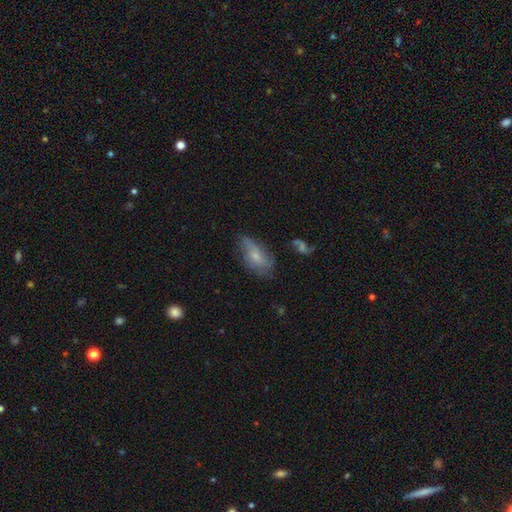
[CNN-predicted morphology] smooth_or_featured: smooth (p=0.50) [alt: featured or disk p=0.41]
how_rounded: in between (p=0.85) [alt: cigar-shaped p=0.10]
merging: none (p=0.54) [alt: minor disturbance p=0.30]